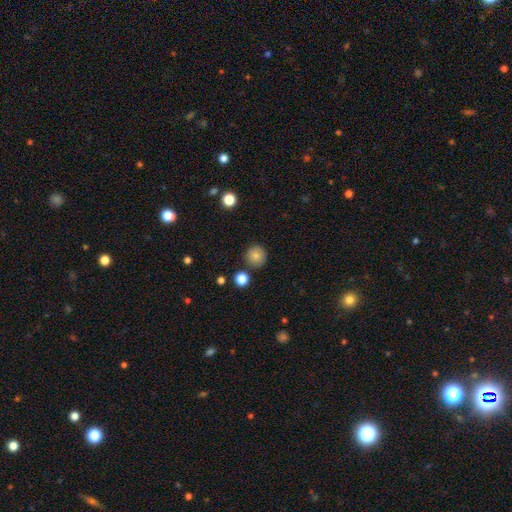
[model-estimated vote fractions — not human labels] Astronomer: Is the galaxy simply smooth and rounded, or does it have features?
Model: smooth — 82%.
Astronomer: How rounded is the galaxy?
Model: round — 94%.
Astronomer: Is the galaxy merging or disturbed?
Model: none — 87%.